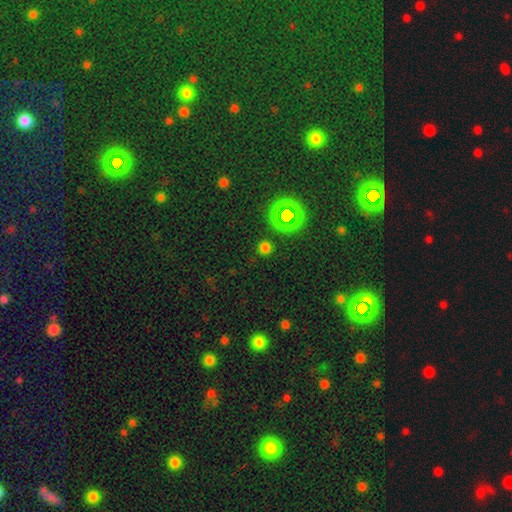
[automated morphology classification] smooth_or_featured: star or artifact (p=0.54) [alt: smooth p=0.36]